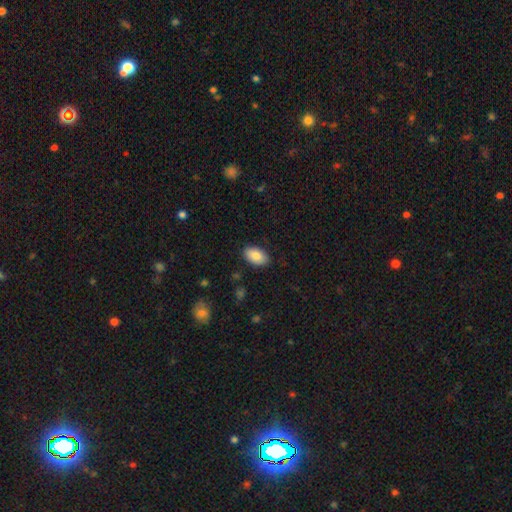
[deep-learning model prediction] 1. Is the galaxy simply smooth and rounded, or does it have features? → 85% smooth, 8% featured or disk, 7% star or artifact.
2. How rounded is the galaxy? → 94% in between, 4% round, 2% cigar-shaped.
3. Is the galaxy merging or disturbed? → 87% none, 10% minor disturbance, 2% major disturbance, 1% merger.